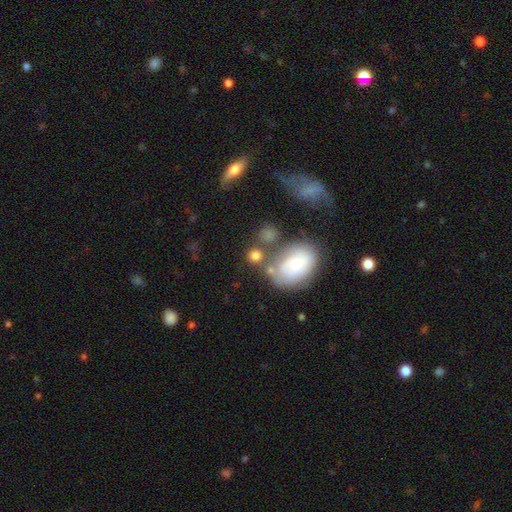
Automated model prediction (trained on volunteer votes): This is likely a smooth galaxy (75%). How rounded: likely round (75%). Merging: possibly none (59%).